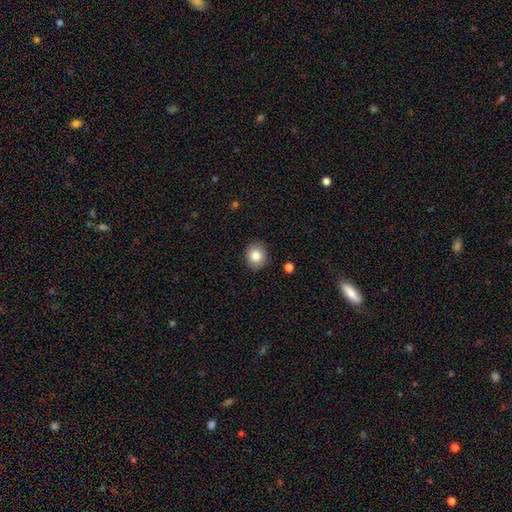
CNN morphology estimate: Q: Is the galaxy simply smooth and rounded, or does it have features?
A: smooth — 83%.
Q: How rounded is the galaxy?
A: round — 69%.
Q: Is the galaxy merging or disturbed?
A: none — 89%.